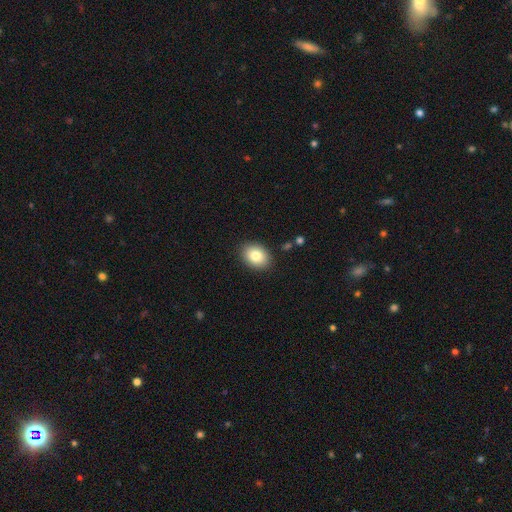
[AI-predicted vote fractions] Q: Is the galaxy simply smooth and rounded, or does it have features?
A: smooth — 82%.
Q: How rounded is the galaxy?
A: in between — 66%.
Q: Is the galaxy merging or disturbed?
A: none — 88%.